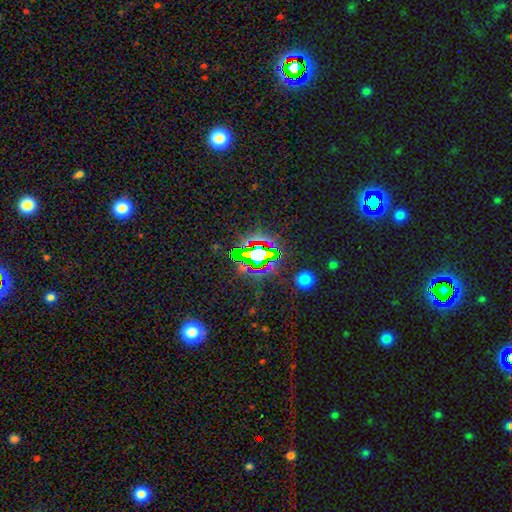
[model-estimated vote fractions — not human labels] This appears to be a star or artifact, not a galaxy (73%).